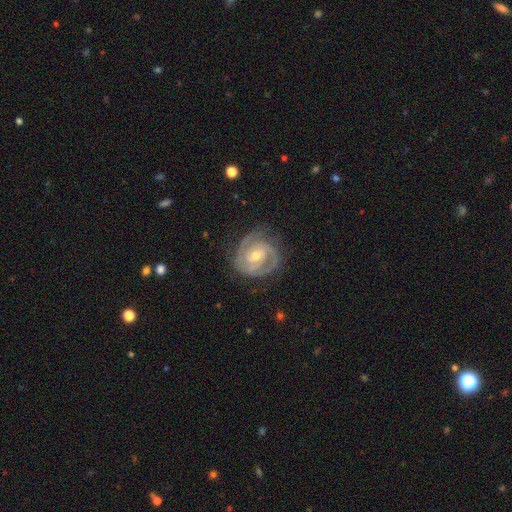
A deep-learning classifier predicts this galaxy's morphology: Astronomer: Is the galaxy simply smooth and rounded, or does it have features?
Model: featured or disk — 91%.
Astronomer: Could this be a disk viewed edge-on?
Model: no — 98%.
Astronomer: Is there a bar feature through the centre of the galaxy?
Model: weak — 44% (runner-up: no, 42%).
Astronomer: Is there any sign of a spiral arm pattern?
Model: yes — 98%.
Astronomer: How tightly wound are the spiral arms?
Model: tight — 68%.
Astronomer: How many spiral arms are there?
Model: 2 — 71%.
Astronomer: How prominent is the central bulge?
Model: moderate — 52% (runner-up: small, 45%).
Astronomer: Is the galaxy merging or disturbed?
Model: none — 78%.